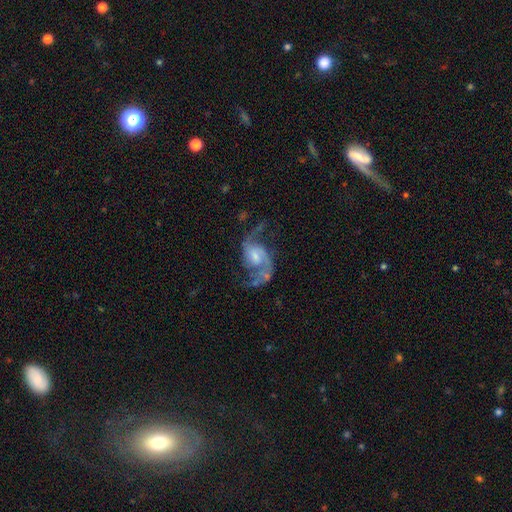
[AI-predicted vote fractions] Smooth or featured?
  - featured or disk: 86% *
  - smooth: 8%
  - star or artifact: 6%
Edge-on disk?
  - no: 98% *
  - yes: 2%
Bar?
  - weak: 46% *
  - no: 45%
  - strong: 9%
Spiral arms?
  - yes: 95% *
  - no: 5%
Spiral winding?
  - loose: 53% *
  - medium: 39%
  - tight: 8%
Spiral arm count?
  - 2: 85% *
  - 1: 7%
  - can't tell: 4%
  - 3: 2%
  - 4: 1%
  - more than 4: 1%
Bulge size?
  - small: 42% *
  - moderate: 38%
  - none: 11%
  - large: 7%
  - dominant: 2%
Merging?
  - none: 48% *
  - major disturbance: 27%
  - minor disturbance: 18%
  - merger: 6%